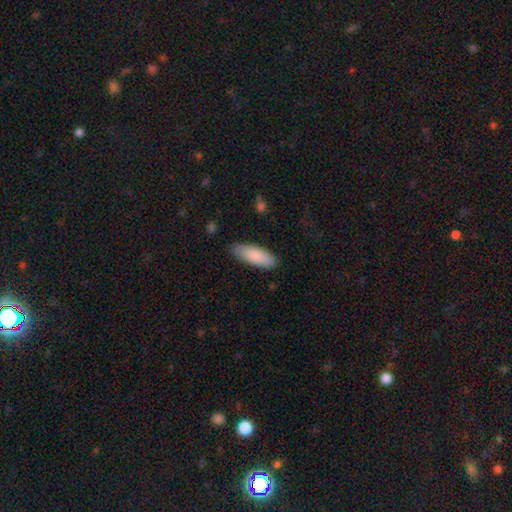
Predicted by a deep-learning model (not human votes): This appears to be a smooth galaxy with no disk features (87%) that is in between round and cigar-shaped (68%). Merging: none (83%).